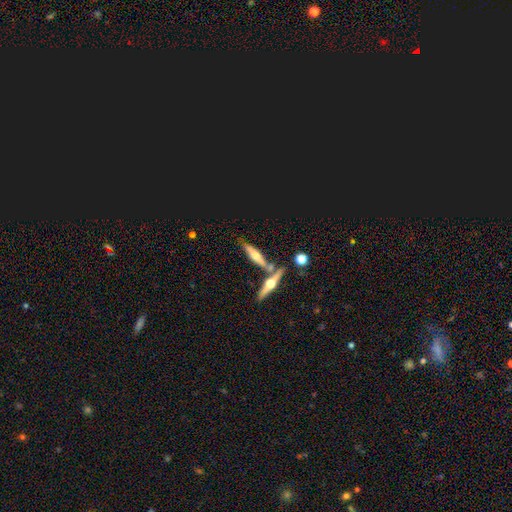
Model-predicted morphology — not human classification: Smooth or featured: featured or disk — 60% (smooth — 31%)
Edge-on disk: yes — 90% (no — 10%)
Edge-on bulge: rounded — 93% (boxy — 3%)
Merging: none — 60% (merger — 25%)